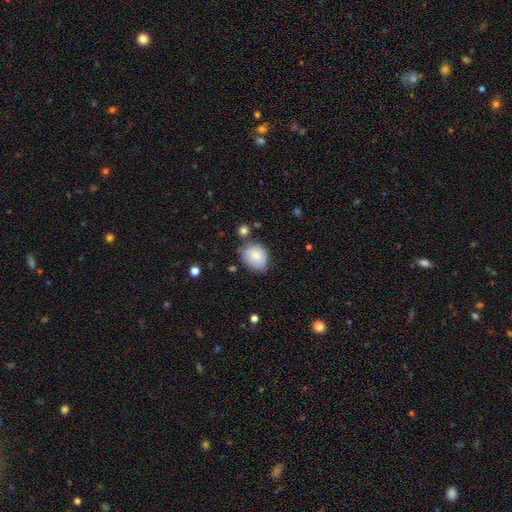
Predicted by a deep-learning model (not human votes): Overall: smooth (79%). How rounded: in between (51%; round 48%). Merging: none (65%).